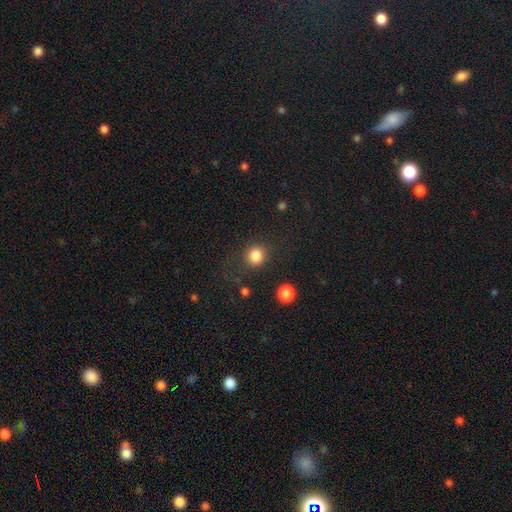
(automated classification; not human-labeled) smooth-or-featured: smooth: 84% | star or artifact: 11% | featured or disk: 5%
  how-rounded: round: 84% | in between: 15% | cigar-shaped: 1%
  merging: none: 81% | minor disturbance: 11% | major disturbance: 6% | merger: 3%